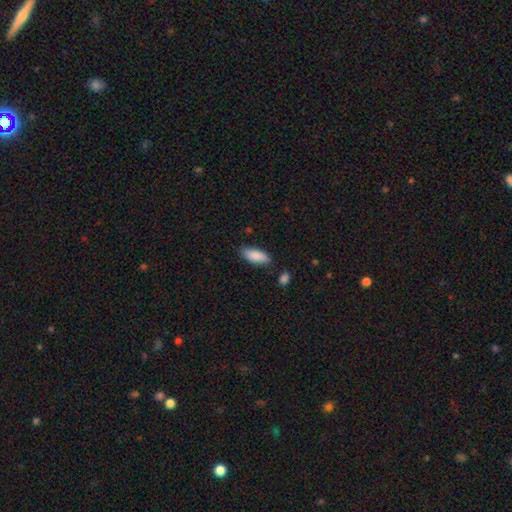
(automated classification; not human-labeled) This appears to be a smooth galaxy with no disk features (89%) that is in between round and cigar-shaped (82%). Merging: none (80%).